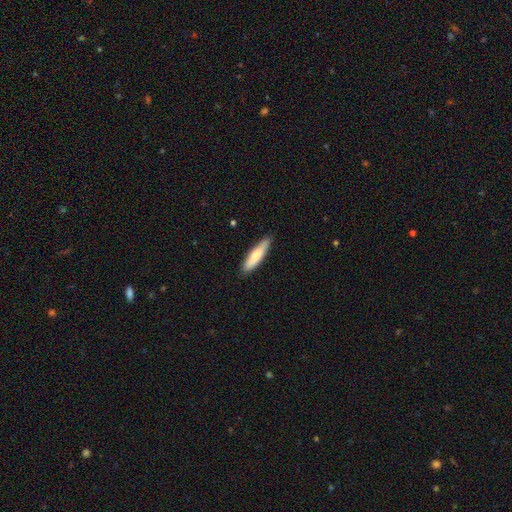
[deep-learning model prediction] Q: Smooth or featured?
A: smooth (75%); runner-up: featured or disk (19%)
Q: How rounded?
A: cigar-shaped (78%); runner-up: in between (21%)
Q: Merging?
A: none (84%); runner-up: minor disturbance (13%)